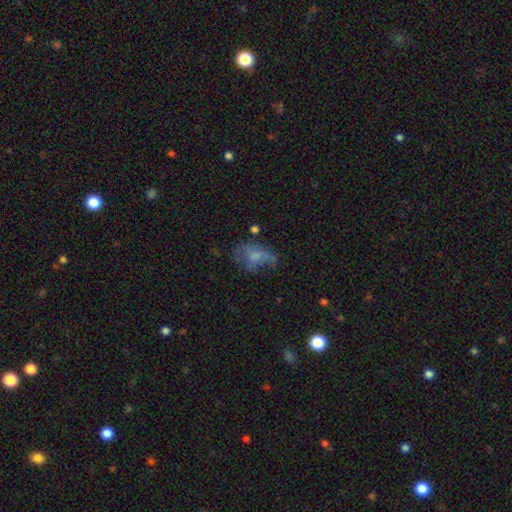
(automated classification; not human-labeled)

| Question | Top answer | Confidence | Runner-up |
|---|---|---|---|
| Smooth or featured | smooth | 48% | featured or disk (37%) |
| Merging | major disturbance | 40% | none (31%) |